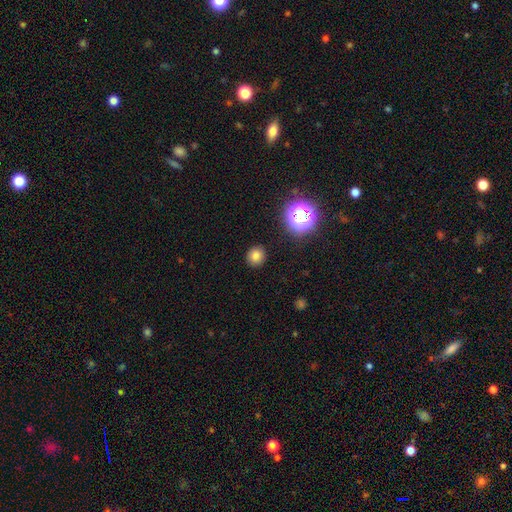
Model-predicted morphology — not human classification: smooth 77%, star or artifact 17%, featured or disk 6%. Down the decision tree: how rounded — round (86%); merging — none (90%).